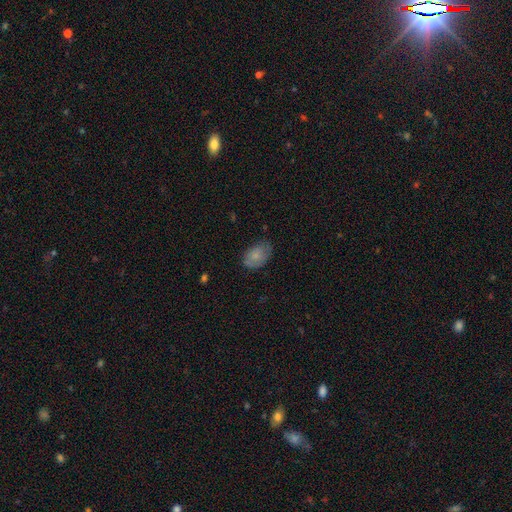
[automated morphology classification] type=smooth (79%); roundness=in between (87%); merging=none (63%).